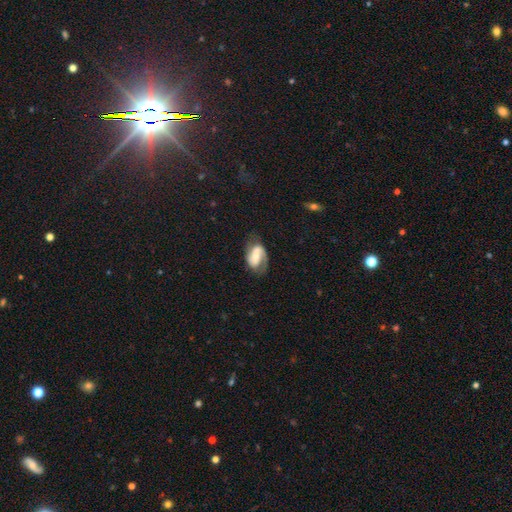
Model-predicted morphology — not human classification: type=featured or disk (72%); edge-on=no (97%); bar=weak (40%); spiral arms=yes (92%); winding=medium (45%); arm count=2 (70%); bulge=small (40%); merging=none (60%).